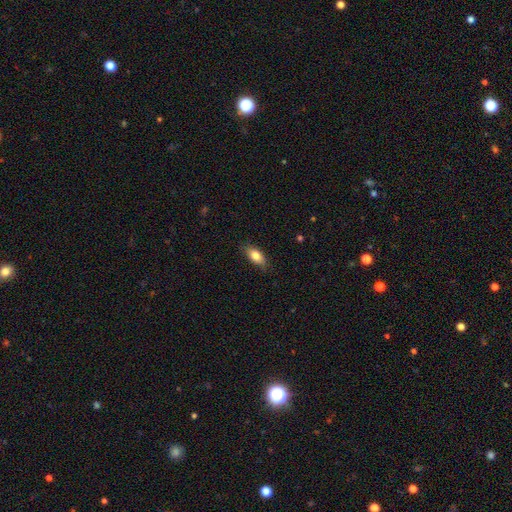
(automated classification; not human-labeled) Morphology: type=smooth (80%); roundness=in between (86%); merging=none (83%).